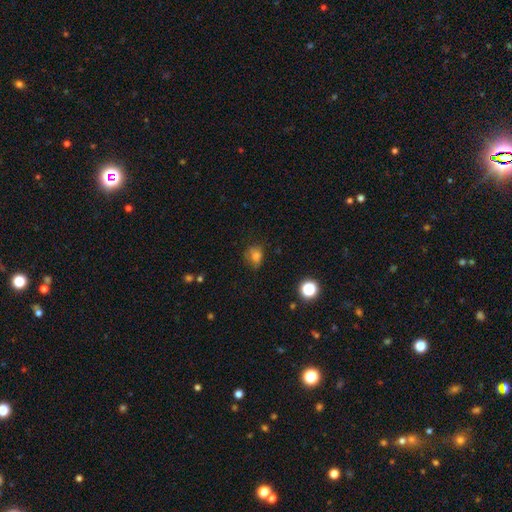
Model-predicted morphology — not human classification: Smooth or featured? Predicted: smooth (p=0.70). How rounded? Predicted: round (p=0.51). Merging? Predicted: none (p=0.54).